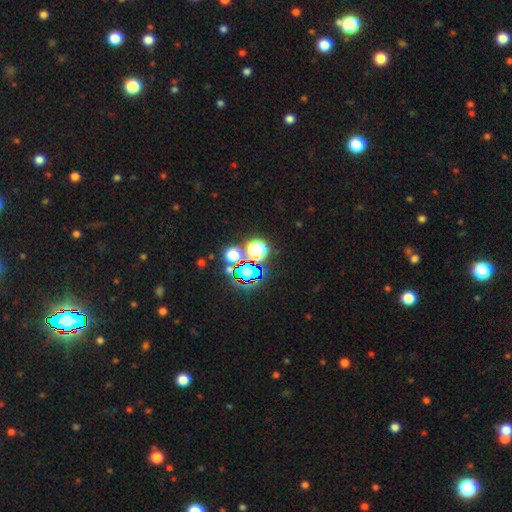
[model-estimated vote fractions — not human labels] Overall: star or artifact (55%; smooth 35%).